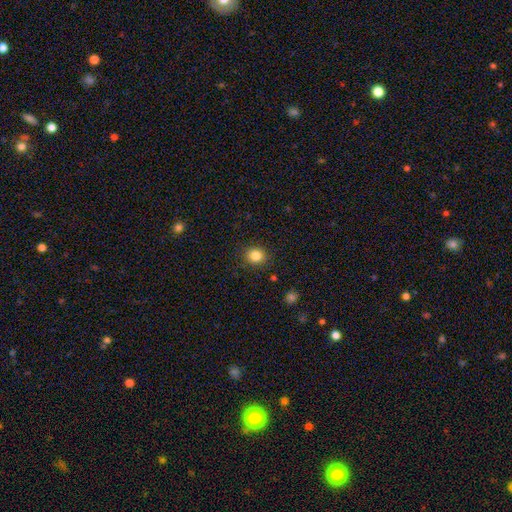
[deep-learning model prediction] A smooth galaxy with no disk features (85%) that is round (71%).

Vote fractions:
- Smooth or featured? smooth: 85% / star or artifact: 11% / featured or disk: 5%
- How rounded? round: 71% / in between: 28% / cigar-shaped: 1%
- Merging? none: 89% / minor disturbance: 8% / major disturbance: 3% / merger: 1%